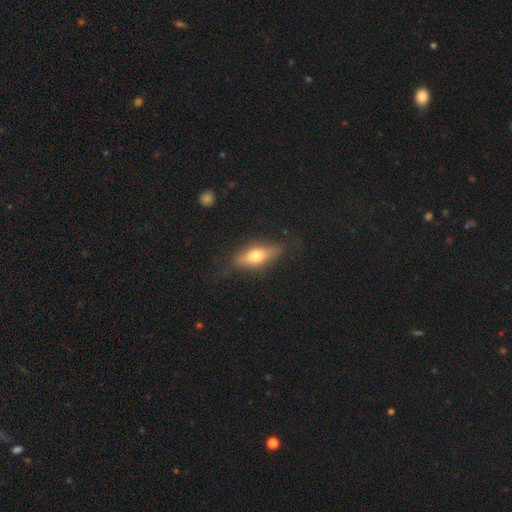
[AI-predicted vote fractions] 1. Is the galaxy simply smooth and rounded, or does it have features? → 62% smooth, 30% featured or disk, 7% star or artifact.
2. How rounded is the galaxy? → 67% in between, 29% cigar-shaped, 5% round.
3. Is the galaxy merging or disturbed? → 79% none, 15% minor disturbance, 4% major disturbance, 1% merger.